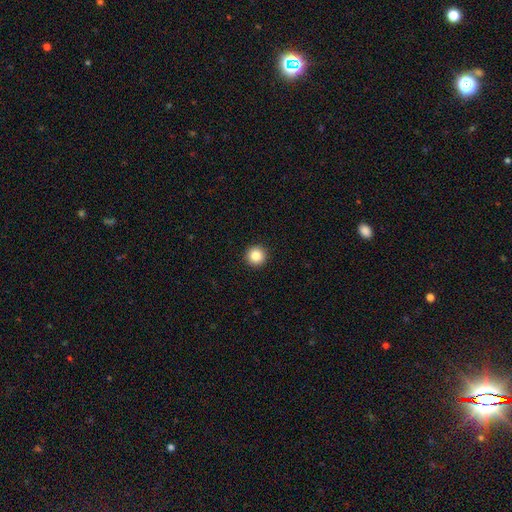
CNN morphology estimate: Overall: smooth (86%). How rounded: round (96%). Merging: none (94%).